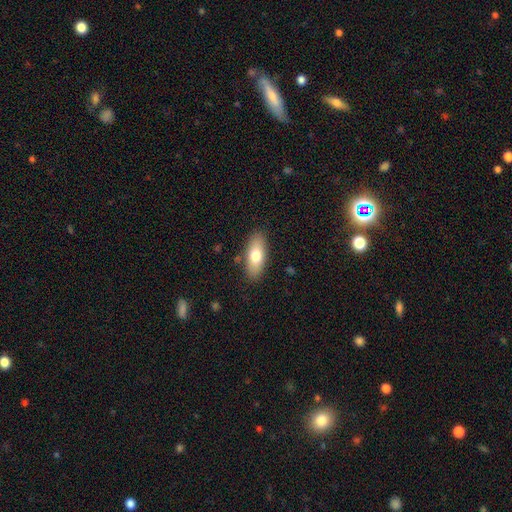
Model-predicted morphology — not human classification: A smooth galaxy with no disk features (73%) that is in between round and cigar-shaped (78%). Merging: none (86%).